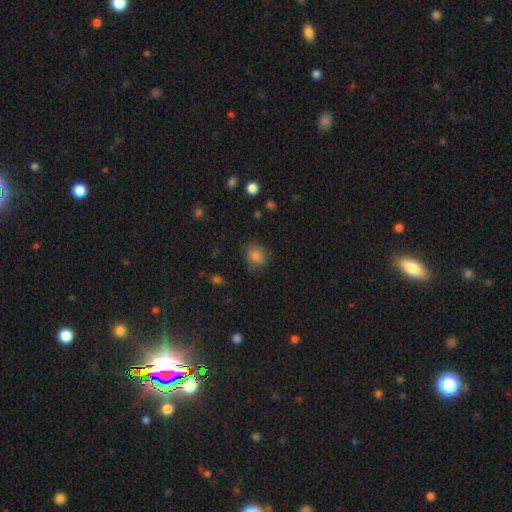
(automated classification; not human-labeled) The model was most divided on "how rounded": round: 74%, in between: 25%, cigar-shaped: 1%. More confident: smooth or featured — smooth (78%); merging — none (76%).